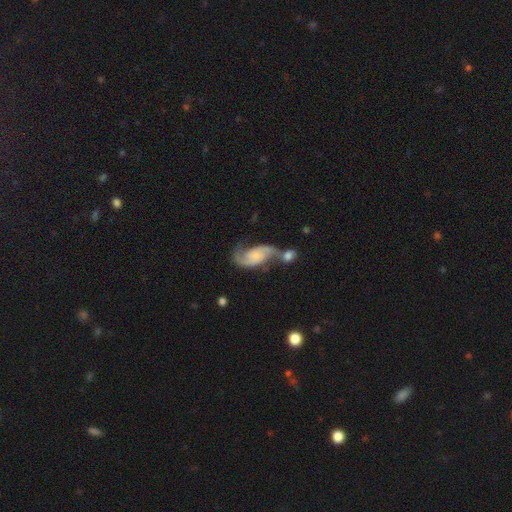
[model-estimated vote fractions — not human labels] smooth-or-featured: featured or disk: 85% | smooth: 10% | star or artifact: 5%
  disk-edge-on: no: 97% | yes: 3%
    bar: no: 63% | weak: 29% | strong: 8%
    has-spiral-arms: yes: 96% | no: 4%
      spiral-winding: loose: 55% | medium: 35% | tight: 10%
      spiral-arm-count: 2: 91% | 1: 4% | can't tell: 2% | 3: 1% | 4: 1% | more than 4: 1%
    bulge-size: small: 40% | none: 33% | moderate: 18% | large: 7% | dominant: 3%
  merging: merger: 45% | none: 30% | minor disturbance: 14% | major disturbance: 11%